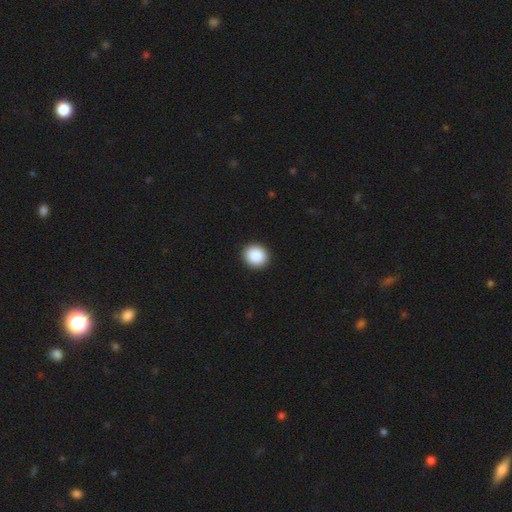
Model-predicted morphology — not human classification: The model was most divided on "how rounded": round: 85%, in between: 14%, cigar-shaped: 1%. More confident: merging — none (93%); smooth or featured — smooth (88%).